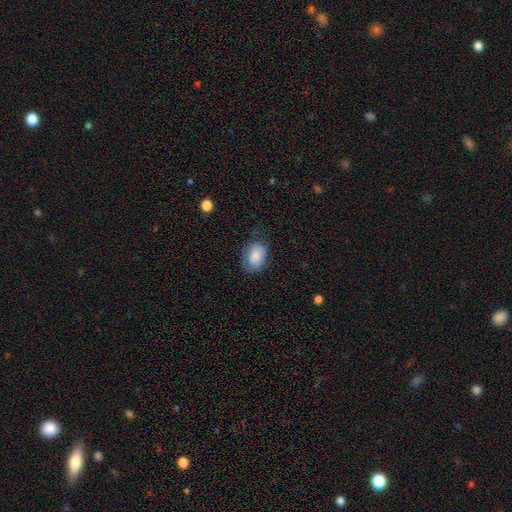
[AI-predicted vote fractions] A smooth galaxy with no disk features (81%) that is in between round and cigar-shaped (80%).

Vote fractions:
- Smooth or featured? smooth: 81% / featured or disk: 12% / star or artifact: 7%
- How rounded? in between: 80% / round: 19% / cigar-shaped: 1%
- Merging? none: 62% / minor disturbance: 27% / major disturbance: 10% / merger: 1%